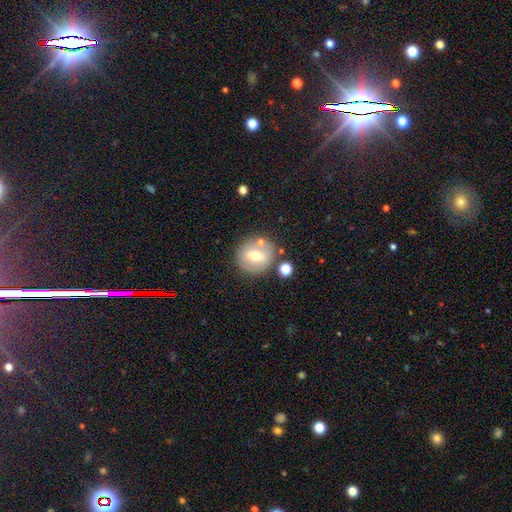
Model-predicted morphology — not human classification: This is possibly a smooth galaxy (48%). Merging: likely none (75%).